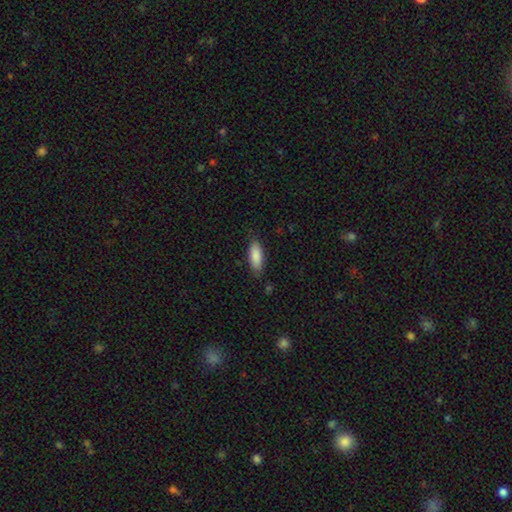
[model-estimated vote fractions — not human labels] Smooth or featured? smooth (88%)
How rounded? in between (77%)
Merging? none (83%)